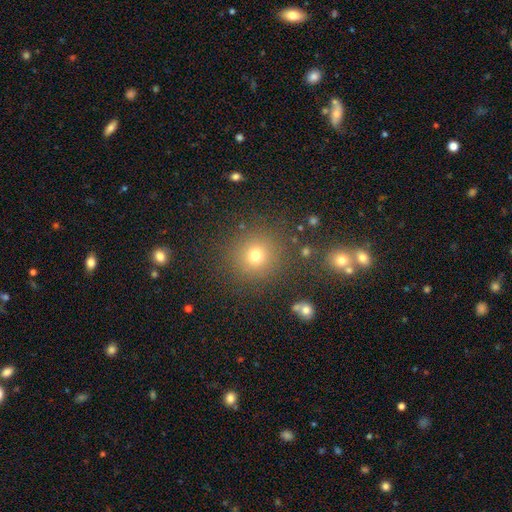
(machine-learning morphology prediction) Smooth or featured? Predicted: smooth (p=0.72). How rounded? Predicted: round (p=0.92). Merging? Predicted: none (p=0.87).